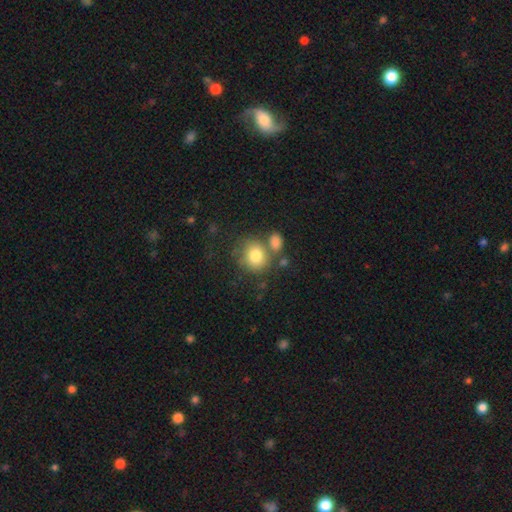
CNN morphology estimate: A smooth galaxy with no disk features (79%) that is round (80%).

Vote fractions:
- Smooth or featured? smooth: 79% / featured or disk: 11% / star or artifact: 9%
- How rounded? round: 80% / in between: 20% / cigar-shaped: 1%
- Merging? none: 57% / merger: 22% / minor disturbance: 14% / major disturbance: 6%